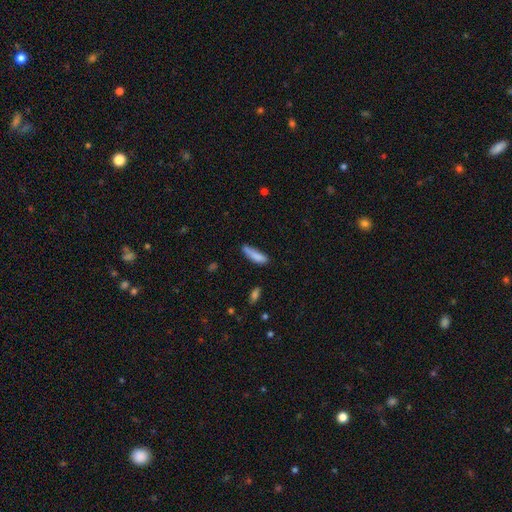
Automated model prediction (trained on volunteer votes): Overall: smooth (83%). How rounded: cigar-shaped (72%). Merging: none (62%; minor disturbance 27%).